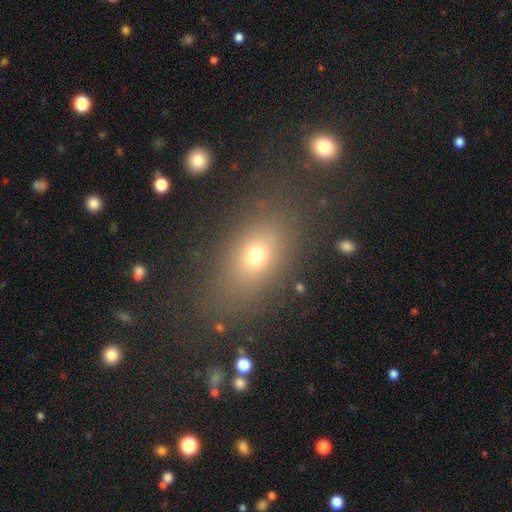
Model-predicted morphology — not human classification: type=smooth (68%); roundness=in between (70%); merging=none (77%).